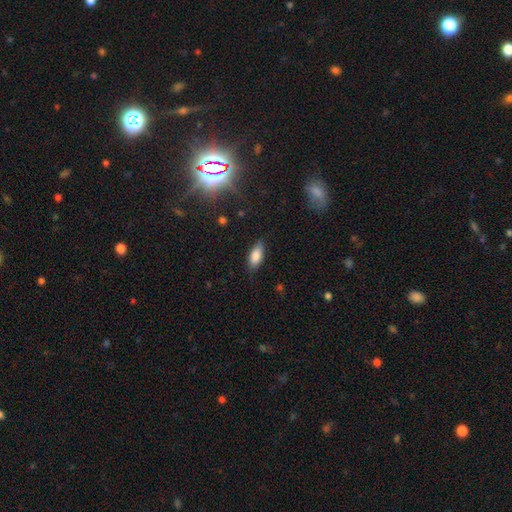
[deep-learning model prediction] This appears to be a smooth galaxy with no disk features (84%) that is in between round and cigar-shaped (85%). Merging: none (81%).